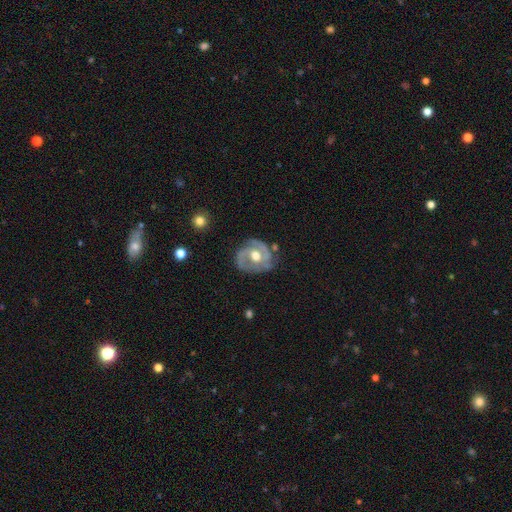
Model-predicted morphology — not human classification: The model was most divided on "spiral winding": medium: 43%, tight: 42%, loose: 15%. More confident: edge-on disk — no (97%); spiral arms — yes (87%); smooth or featured — featured or disk (81%); bulge size — moderate (75%); merging — none (66%); bar — no (63%); spiral arm count — 2 (61%).